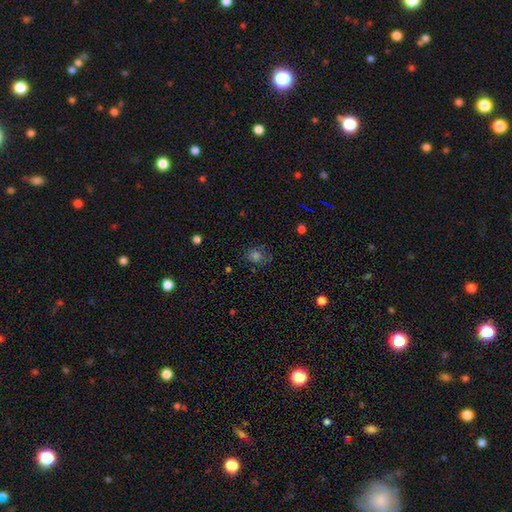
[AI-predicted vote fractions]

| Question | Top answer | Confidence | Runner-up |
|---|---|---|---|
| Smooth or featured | smooth | 60% | star or artifact (28%) |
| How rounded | round | 63% | in between (36%) |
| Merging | none | 71% | minor disturbance (18%) |